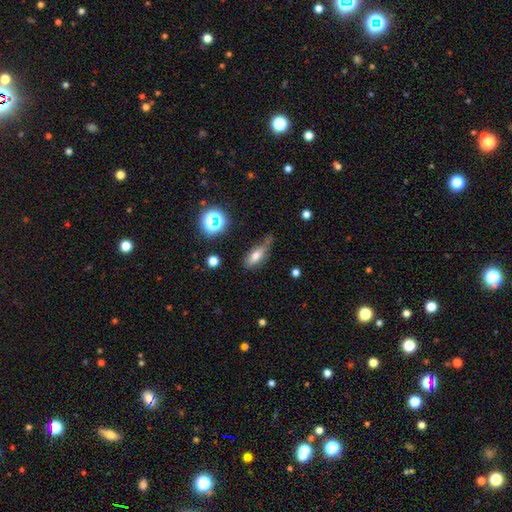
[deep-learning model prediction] Smooth or featured: smooth — 69% (featured or disk — 18%)
How rounded: in between — 71% (cigar-shaped — 23%)
Merging: none — 49% (minor disturbance — 32%)